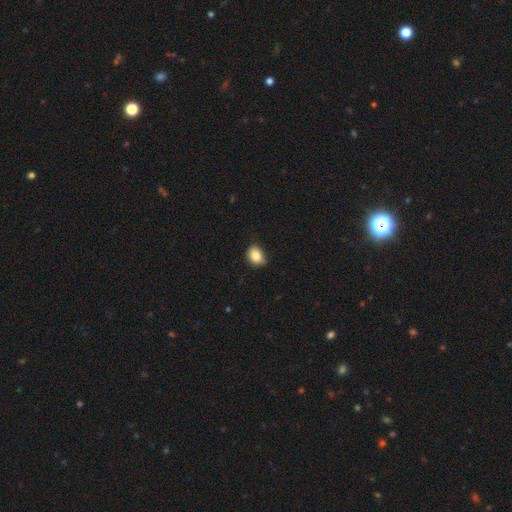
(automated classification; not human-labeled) smooth-or-featured: smooth: 86% | star or artifact: 9% | featured or disk: 5%
  how-rounded: in between: 62% | round: 37% | cigar-shaped: 1%
  merging: none: 75% | minor disturbance: 21% | major disturbance: 3% | merger: 1%